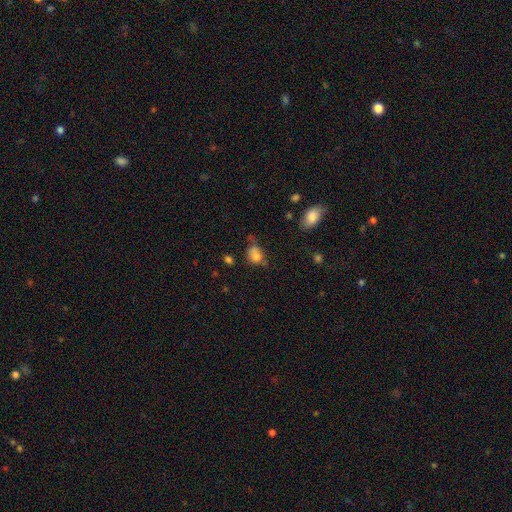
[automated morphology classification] smooth-or-featured: smooth: 77% | star or artifact: 12% | featured or disk: 11%
  how-rounded: in between: 51% | round: 48% | cigar-shaped: 1%
  merging: none: 43% | minor disturbance: 31% | major disturbance: 14% | merger: 12%